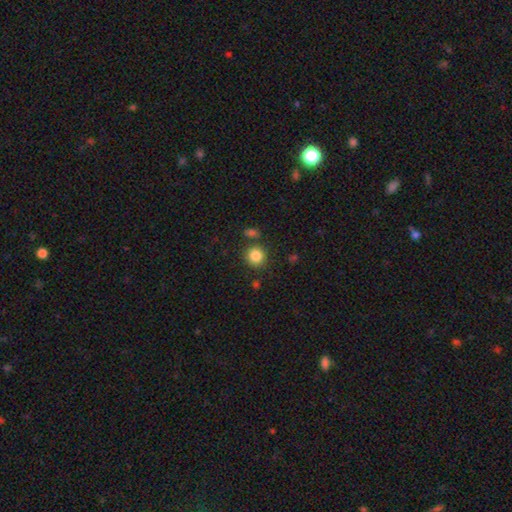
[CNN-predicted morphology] Overall: smooth (85%). How rounded: round (89%). Merging: none (80%).